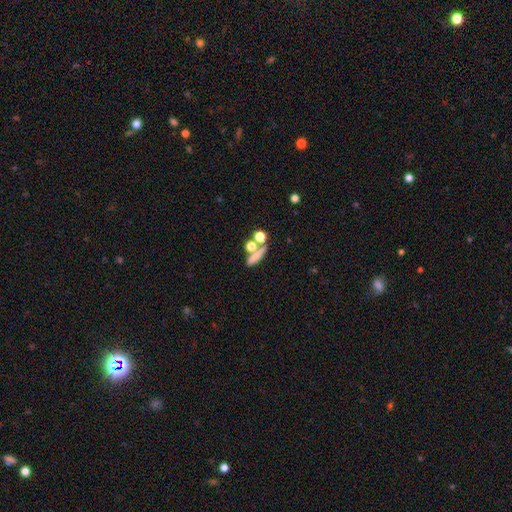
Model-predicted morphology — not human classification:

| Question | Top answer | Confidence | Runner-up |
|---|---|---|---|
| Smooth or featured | smooth | 67% | featured or disk (19%) |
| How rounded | cigar-shaped | 45% | in between (33%) |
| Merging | none | 50% | merger (31%) |